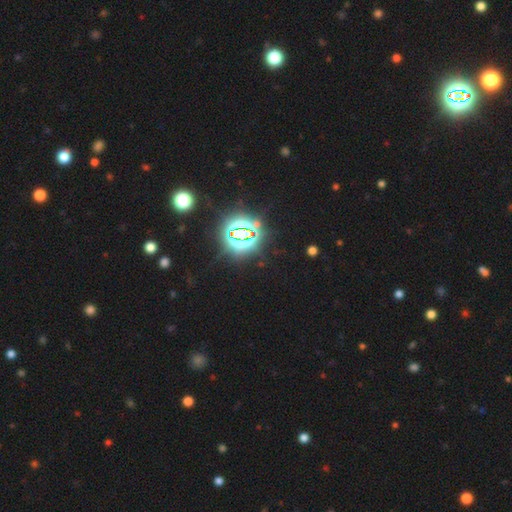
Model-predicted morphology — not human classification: star or artifact 82%, smooth 12%, featured or disk 6%.